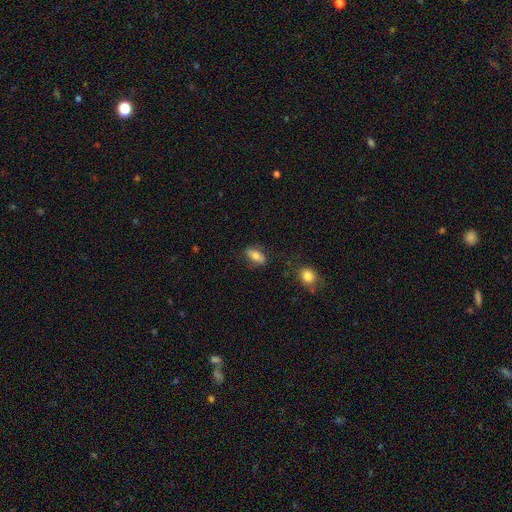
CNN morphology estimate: A smooth galaxy with no disk features (72%) that is in between round and cigar-shaped (84%).

Vote fractions:
- Smooth or featured? smooth: 72% / featured or disk: 20% / star or artifact: 8%
- How rounded? in between: 84% / cigar-shaped: 11% / round: 5%
- Merging? none: 78% / minor disturbance: 15% / major disturbance: 4% / merger: 3%